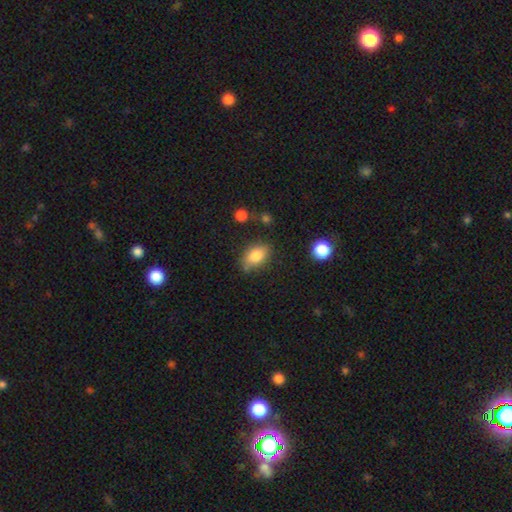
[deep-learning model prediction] Smooth or featured?
  - smooth: 82% *
  - featured or disk: 10%
  - star or artifact: 8%
How rounded?
  - in between: 85% *
  - round: 13%
  - cigar-shaped: 2%
Merging?
  - none: 72% *
  - minor disturbance: 19%
  - merger: 5%
  - major disturbance: 4%